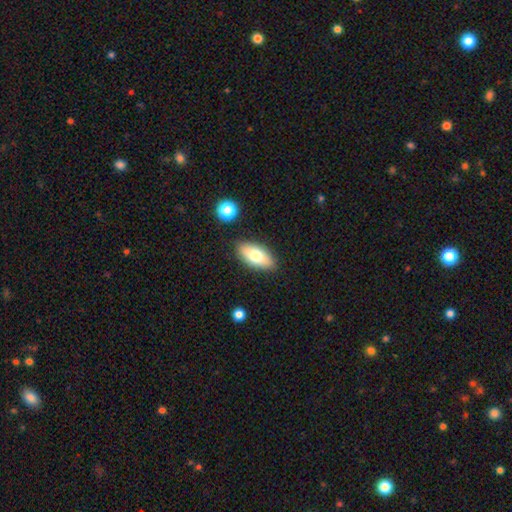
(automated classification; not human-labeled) Q: Smooth or featured?
A: smooth (73%); runner-up: featured or disk (20%)
Q: How rounded?
A: in between (88%); runner-up: cigar-shaped (9%)
Q: Merging?
A: none (86%); runner-up: minor disturbance (9%)